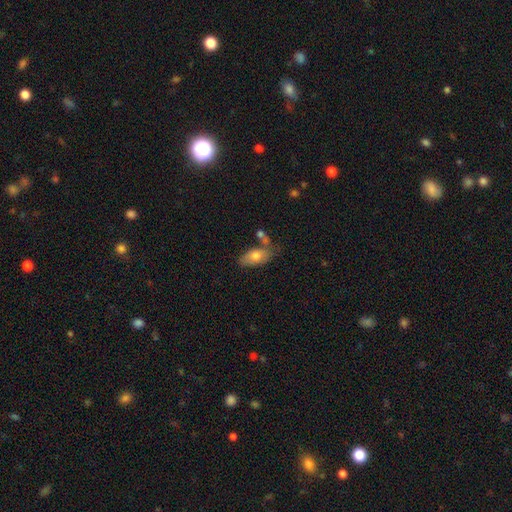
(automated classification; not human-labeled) Overall: smooth (73%). How rounded: in between (91%). Merging: none (55%; minor disturbance 20%).